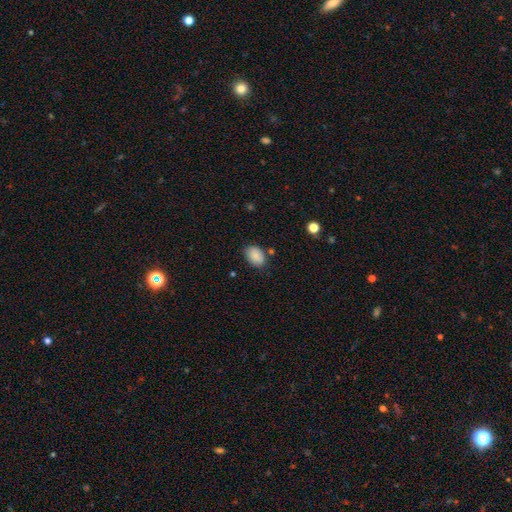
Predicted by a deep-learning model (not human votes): smooth_or_featured: smooth (p=0.88) [alt: star or artifact p=0.08]
how_rounded: in between (p=0.81) [alt: round p=0.18]
merging: none (p=0.79) [alt: minor disturbance p=0.15]